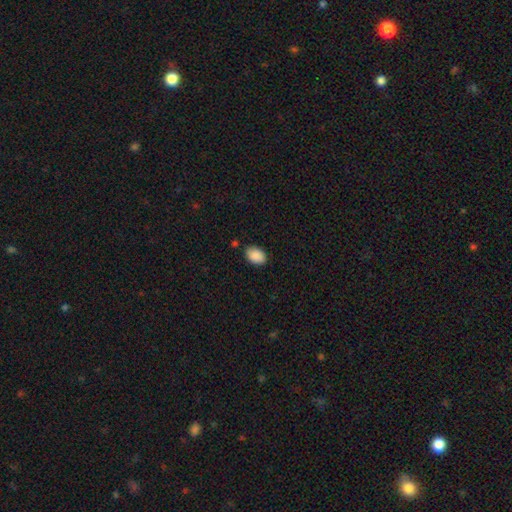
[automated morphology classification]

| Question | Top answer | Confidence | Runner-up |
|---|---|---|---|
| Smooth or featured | smooth | 89% | star or artifact (7%) |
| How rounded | in between | 86% | round (13%) |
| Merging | none | 84% | minor disturbance (11%) |